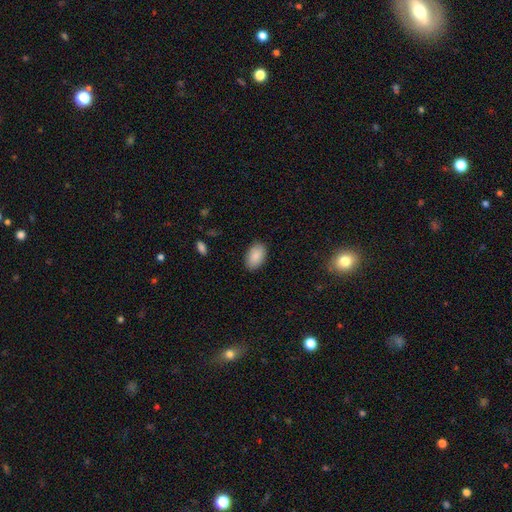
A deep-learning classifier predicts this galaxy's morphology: This is clearly a smooth galaxy (89%). How rounded: clearly in between (93%). Merging: clearly none (88%).